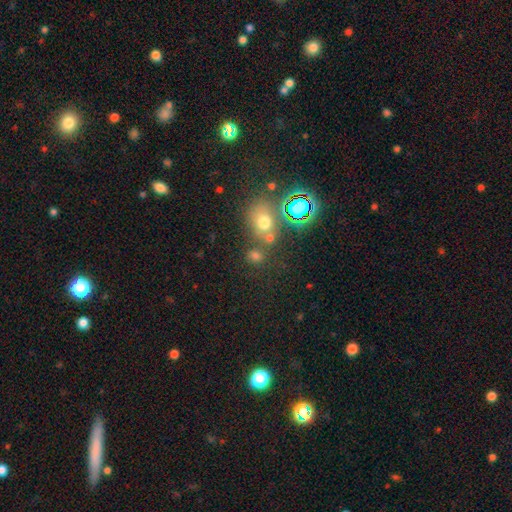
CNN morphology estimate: Overall: smooth (56%; star or artifact 34%). How rounded: round (66%; in between 32%). Merging: none (65%).